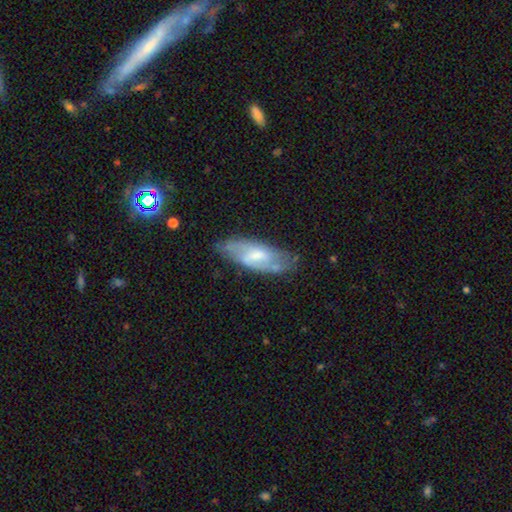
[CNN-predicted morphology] Q: Smooth or featured?
A: featured or disk (62%); runner-up: smooth (32%)
Q: Edge-on disk?
A: no (86%); runner-up: yes (14%)
Q: Bar?
A: weak (53%); runner-up: no (27%)
Q: Spiral arms?
A: yes (76%); runner-up: no (24%)
Q: Bulge size?
A: moderate (45%); runner-up: small (41%)
Q: Merging?
A: none (68%); runner-up: minor disturbance (23%)